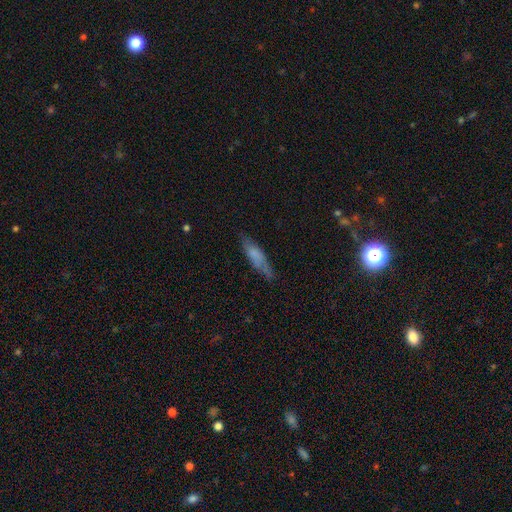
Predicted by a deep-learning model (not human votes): smooth 64%, featured or disk 28%, star or artifact 8%. Down the decision tree: how rounded — cigar-shaped (66%); merging — none (64%).